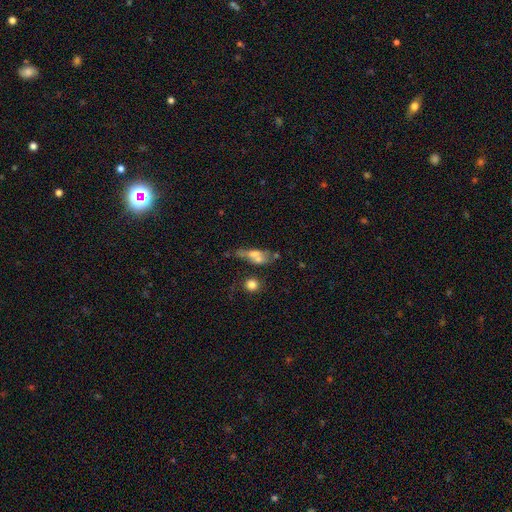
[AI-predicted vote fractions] Smooth or featured? Predicted: smooth (p=0.53). How rounded? Predicted: in between (p=0.62). Merging? Predicted: merger (p=0.36).